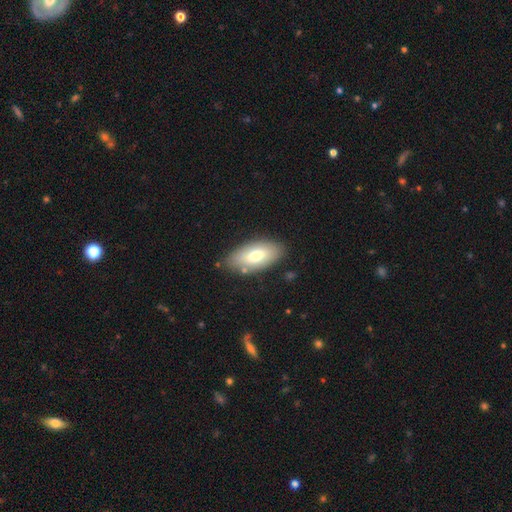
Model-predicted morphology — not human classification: Smooth or featured? Predicted: smooth (p=0.70). How rounded? Predicted: in between (p=0.91). Merging? Predicted: none (p=0.81).